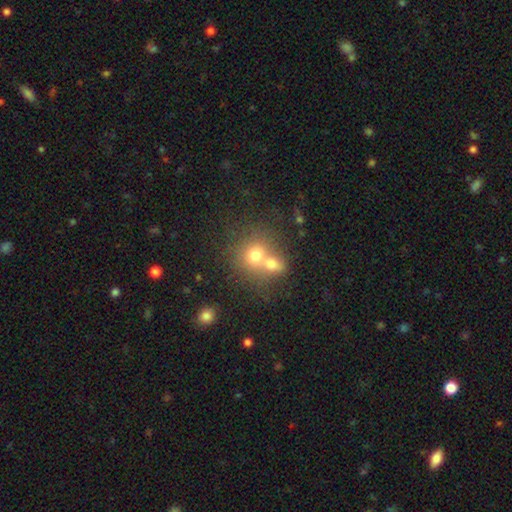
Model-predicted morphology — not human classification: Smooth or featured?
  - smooth: 68% *
  - featured or disk: 18%
  - star or artifact: 14%
How rounded?
  - round: 76% *
  - in between: 23%
  - cigar-shaped: 1%
Merging?
  - merger: 61% *
  - none: 29%
  - minor disturbance: 6%
  - major disturbance: 3%